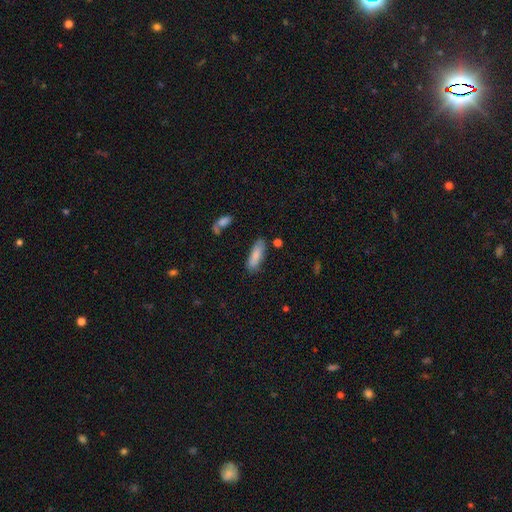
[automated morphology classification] A smooth galaxy with no disk features (84%) that is in between round and cigar-shaped (52%). Merging: none (77%).